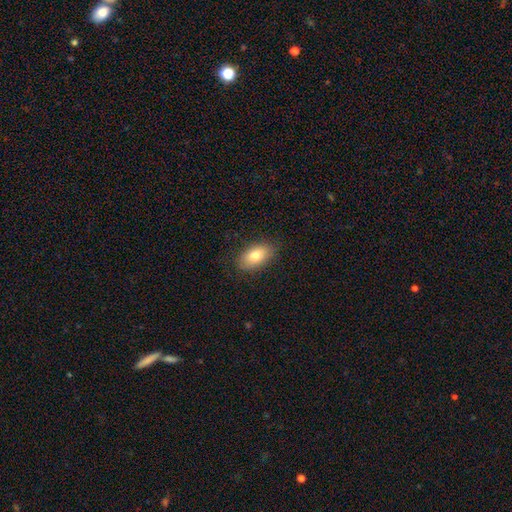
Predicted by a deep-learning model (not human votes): smooth_or_featured: smooth (p=0.78) [alt: featured or disk p=0.14]
how_rounded: in between (p=0.91) [alt: round p=0.06]
merging: none (p=0.86) [alt: minor disturbance p=0.11]